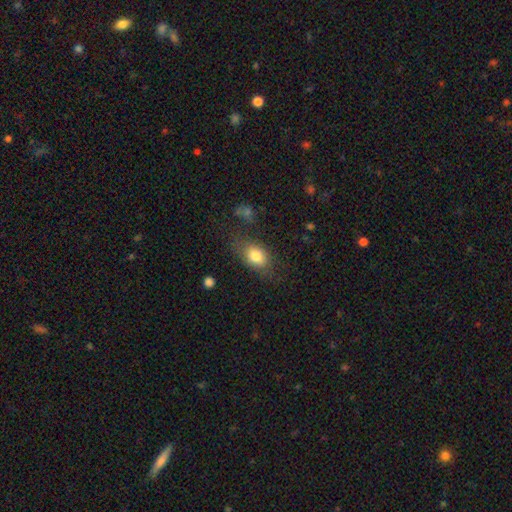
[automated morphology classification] A smooth galaxy with no disk features (79%) that is in between round and cigar-shaped (76%). Merging: none (64%).